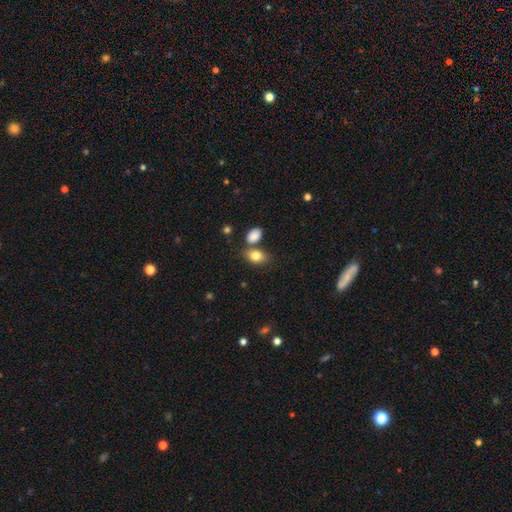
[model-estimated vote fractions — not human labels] smooth 82%, featured or disk 9%, star or artifact 9%. Down the decision tree: how rounded — in between (82%); merging — none (58%).